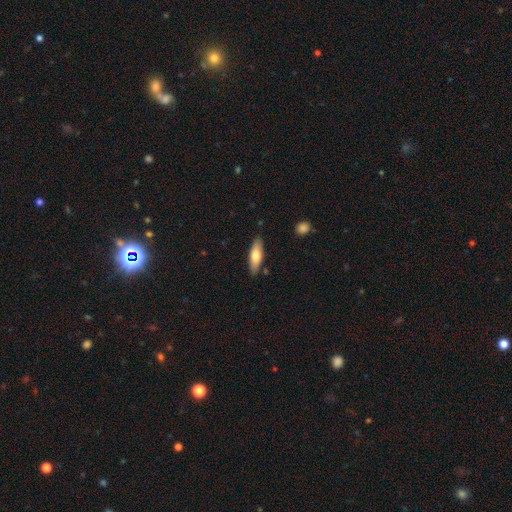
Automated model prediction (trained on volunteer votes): Smooth or featured?
  - smooth: 66% *
  - featured or disk: 28%
  - star or artifact: 6%
How rounded?
  - in between: 52% *
  - cigar-shaped: 46%
  - round: 2%
Merging?
  - none: 85% *
  - minor disturbance: 11%
  - major disturbance: 2%
  - merger: 2%